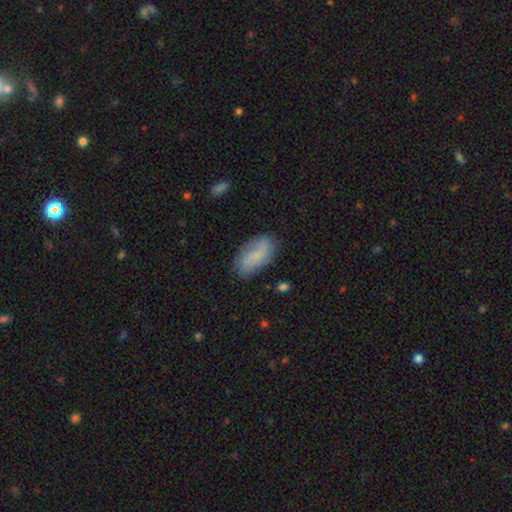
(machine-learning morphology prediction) Q: Smooth or featured?
A: smooth (62%); runner-up: featured or disk (31%)
Q: How rounded?
A: in between (90%); runner-up: cigar-shaped (7%)
Q: Merging?
A: none (75%); runner-up: minor disturbance (18%)